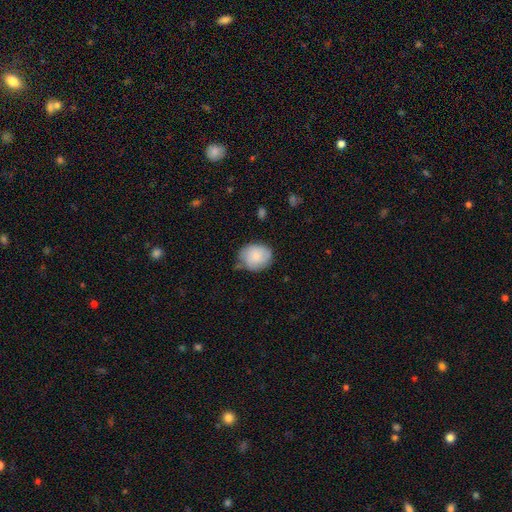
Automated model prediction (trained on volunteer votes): Smooth or featured? Predicted: smooth (p=0.75). How rounded? Predicted: round (p=0.66). Merging? Predicted: none (p=0.62).